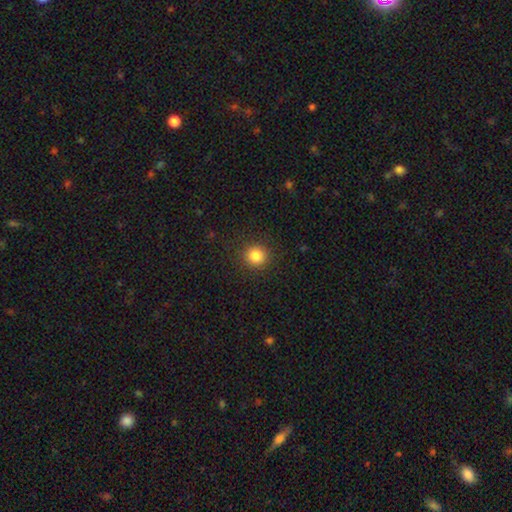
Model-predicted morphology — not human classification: Smooth or featured?
  - smooth: 84% *
  - star or artifact: 11%
  - featured or disk: 5%
How rounded?
  - round: 92% *
  - in between: 7%
  - cigar-shaped: 1%
Merging?
  - none: 91% *
  - minor disturbance: 6%
  - major disturbance: 2%
  - merger: 1%